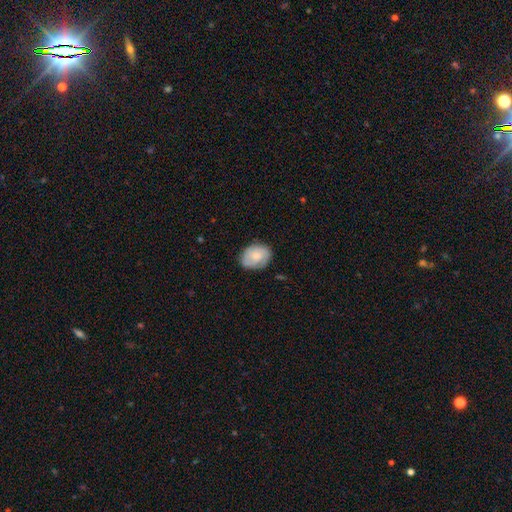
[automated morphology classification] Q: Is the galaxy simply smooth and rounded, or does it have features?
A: smooth — 52%.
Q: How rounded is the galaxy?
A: in between — 60%.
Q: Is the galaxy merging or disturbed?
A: none — 75%.